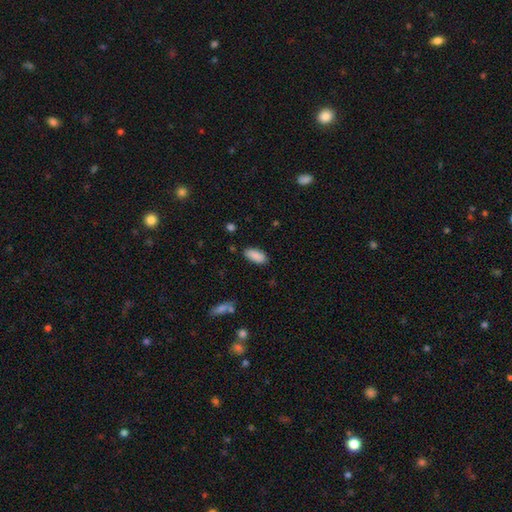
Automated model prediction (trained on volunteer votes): This appears to be a smooth galaxy with no disk features (89%) that is in between round and cigar-shaped (88%). Merging: none (85%).